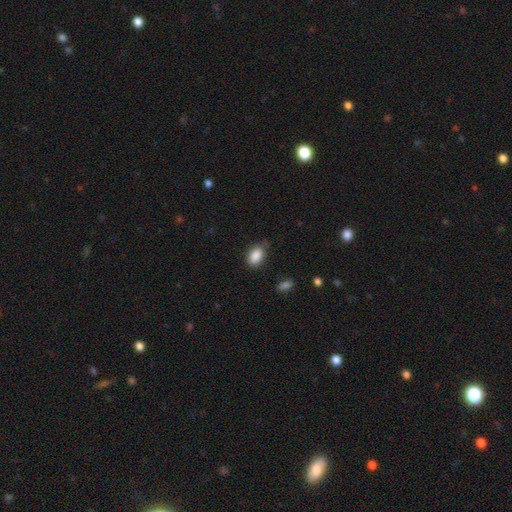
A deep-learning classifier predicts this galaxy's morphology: Smooth or featured: smooth — 88% (star or artifact — 8%)
How rounded: in between — 87% (round — 11%)
Merging: none — 69% (minor disturbance — 24%)